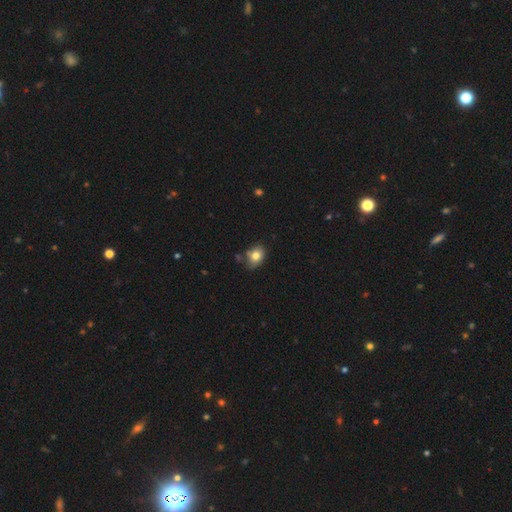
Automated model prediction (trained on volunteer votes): Smooth or featured? smooth (79%)
How rounded? in between (60%)
Merging? none (63%)